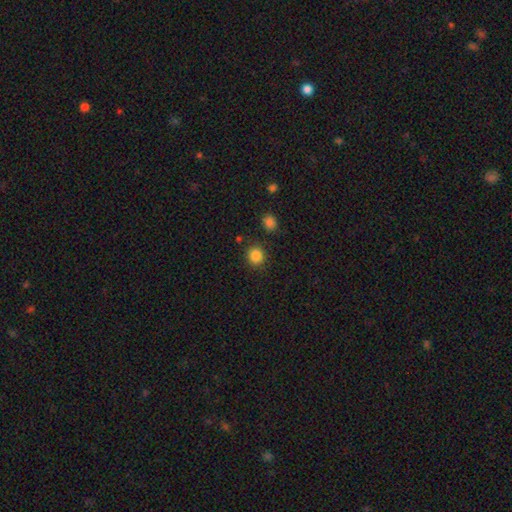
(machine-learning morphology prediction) Smooth or featured?
  - smooth: 85% *
  - star or artifact: 11%
  - featured or disk: 4%
How rounded?
  - round: 88% *
  - in between: 11%
  - cigar-shaped: 1%
Merging?
  - none: 88% *
  - minor disturbance: 7%
  - merger: 3%
  - major disturbance: 3%